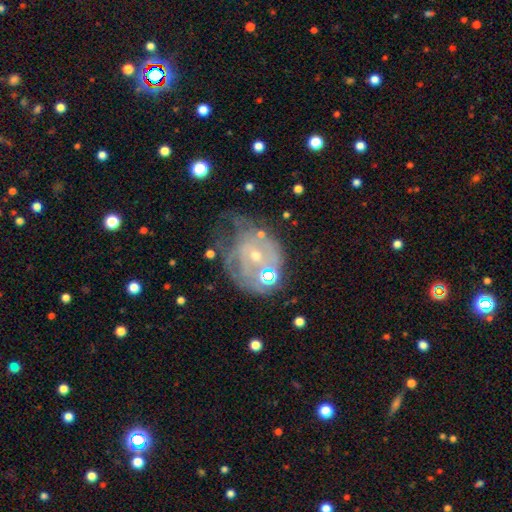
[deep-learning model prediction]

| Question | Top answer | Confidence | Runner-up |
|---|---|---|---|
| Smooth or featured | featured or disk | 74% | smooth (16%) |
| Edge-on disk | no | 97% | yes (3%) |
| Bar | no | 65% | weak (28%) |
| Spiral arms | yes | 72% | no (28%) |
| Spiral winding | tight | 55% | medium (30%) |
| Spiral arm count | can't tell | 51% | 2 (24%) |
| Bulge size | small | 64% | moderate (32%) |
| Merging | none | 36% | major disturbance (28%) |